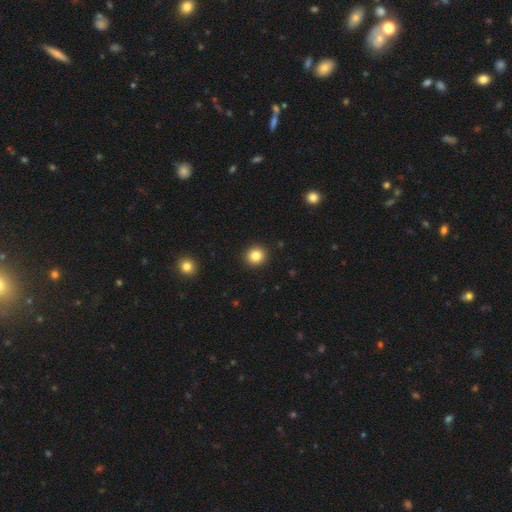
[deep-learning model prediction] Smooth or featured: smooth — 84% (star or artifact — 11%)
How rounded: round — 90% (in between — 9%)
Merging: none — 92% (minor disturbance — 5%)